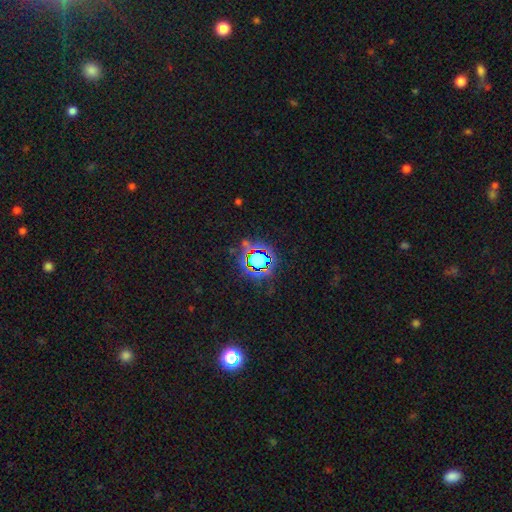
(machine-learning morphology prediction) Smooth or featured?
  - star or artifact: 78% *
  - smooth: 14%
  - featured or disk: 8%